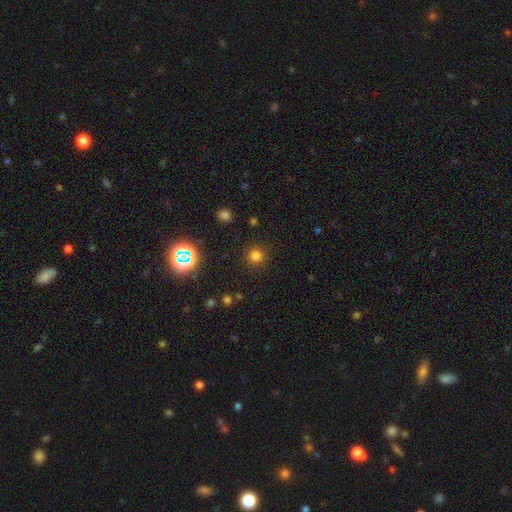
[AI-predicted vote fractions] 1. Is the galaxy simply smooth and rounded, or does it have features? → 76% smooth, 19% star or artifact, 5% featured or disk.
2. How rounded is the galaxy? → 93% round, 6% in between, 1% cigar-shaped.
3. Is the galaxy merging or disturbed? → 90% none, 6% minor disturbance, 3% major disturbance, 1% merger.